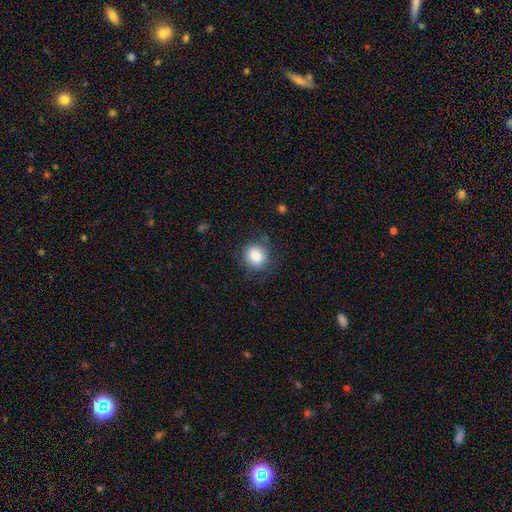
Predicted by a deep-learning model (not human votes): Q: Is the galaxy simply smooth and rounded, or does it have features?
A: smooth — 83%.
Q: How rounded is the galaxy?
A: round — 79%.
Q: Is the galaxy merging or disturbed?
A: none — 78%.